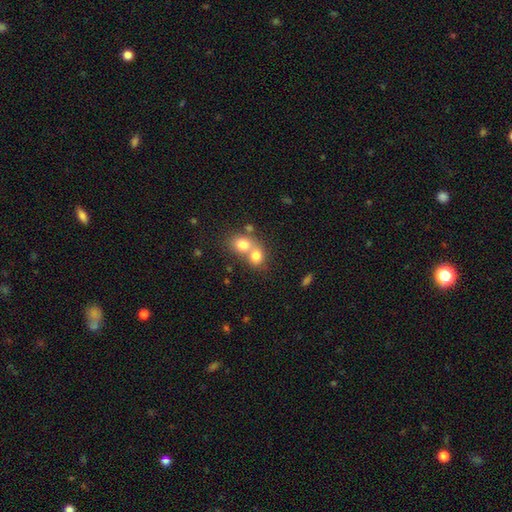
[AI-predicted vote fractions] Smooth or featured? smooth (76%)
How rounded? round (67%)
Merging? merger (66%)